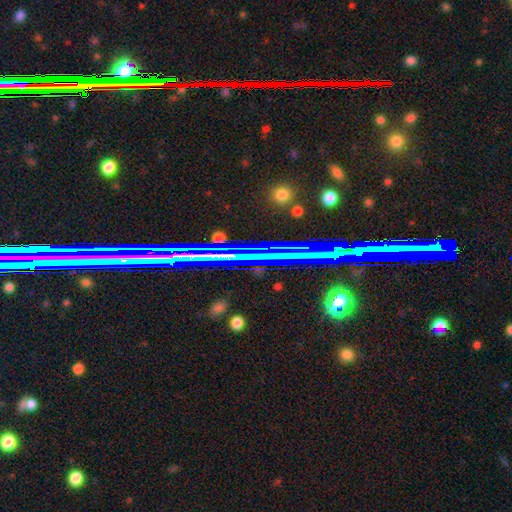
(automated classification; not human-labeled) The model was most divided on "smooth or featured": star or artifact: 70%, featured or disk: 19%, smooth: 11%.